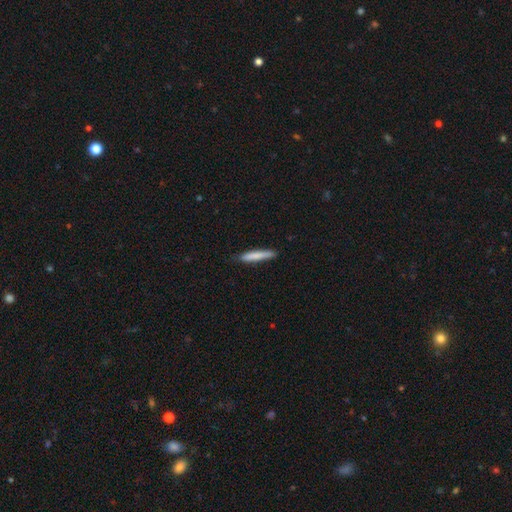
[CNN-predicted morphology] Q: Smooth or featured?
A: smooth (80%); runner-up: featured or disk (14%)
Q: How rounded?
A: cigar-shaped (93%); runner-up: in between (6%)
Q: Merging?
A: none (83%); runner-up: minor disturbance (14%)